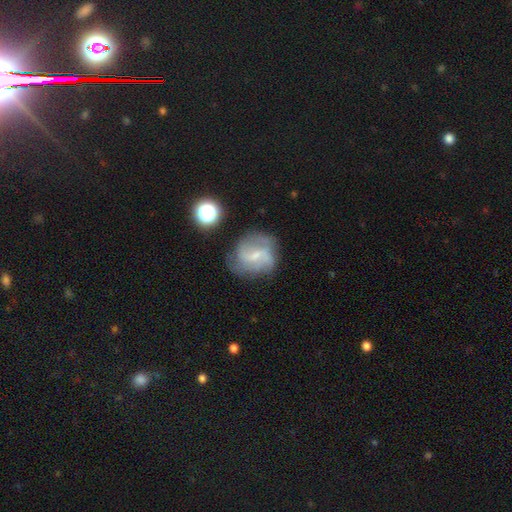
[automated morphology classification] Smooth or featured? featured or disk (67%)
Edge-on disk? no (97%)
Bar? weak (56%)
Spiral arms? yes (85%)
Spiral winding? medium (41%, tied with loose)
Spiral arm count? 2 (52%)
Bulge size? small (56%)
Merging? none (61%)